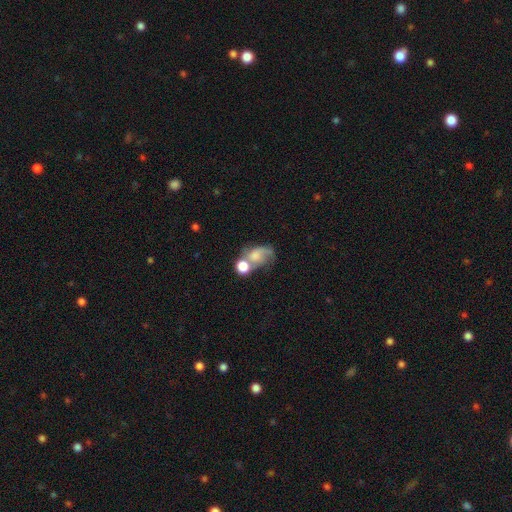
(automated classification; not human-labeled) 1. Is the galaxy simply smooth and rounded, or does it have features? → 49% smooth, 39% featured or disk, 12% star or artifact.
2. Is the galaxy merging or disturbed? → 44% merger, 22% none, 20% major disturbance, 14% minor disturbance.